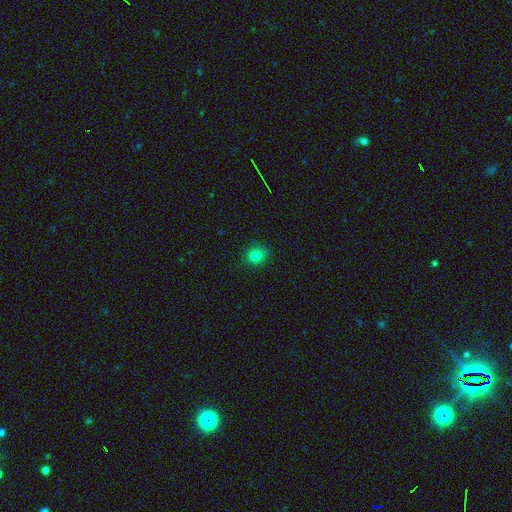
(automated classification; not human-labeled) Smooth or featured?
  - smooth: 81% *
  - star or artifact: 14%
  - featured or disk: 5%
How rounded?
  - round: 74% *
  - in between: 25%
  - cigar-shaped: 1%
Merging?
  - none: 87% *
  - minor disturbance: 10%
  - major disturbance: 2%
  - merger: 1%